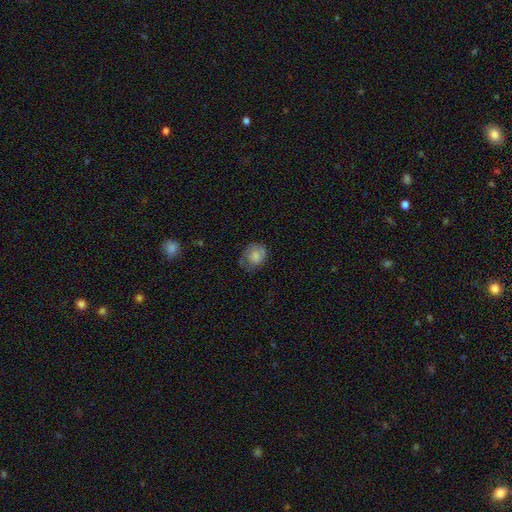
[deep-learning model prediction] A smooth galaxy with no disk features (68%) that is round (61%). Merging: none (49%).